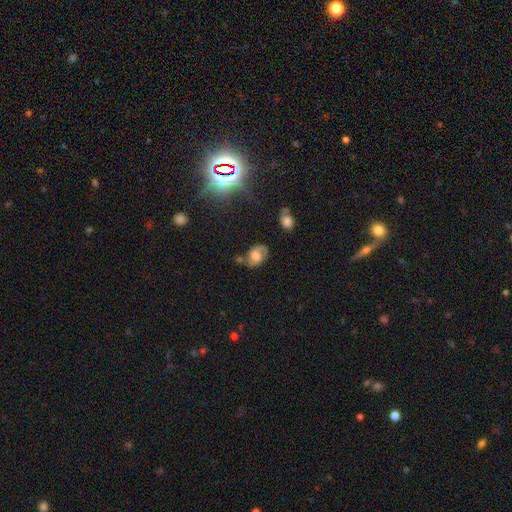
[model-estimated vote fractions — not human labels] This appears to be a featured or disk galaxy (51%). Merging: none (55%).